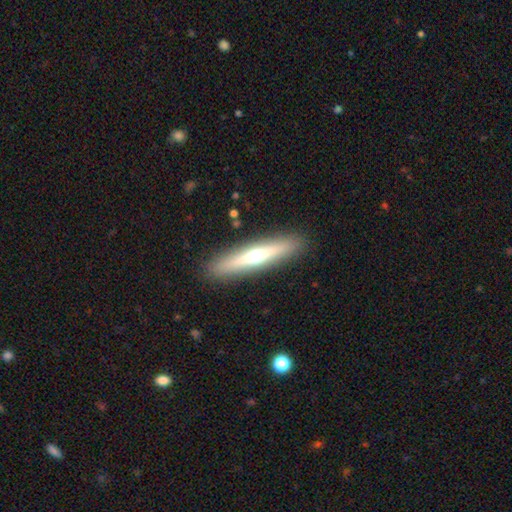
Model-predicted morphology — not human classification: smooth-or-featured: featured or disk: 55% | smooth: 39% | star or artifact: 6%
  disk-edge-on: yes: 92% | no: 8%
    edge-on-bulge: rounded: 90% | none: 7% | boxy: 3%
  merging: none: 90% | minor disturbance: 7% | major disturbance: 2% | merger: 1%